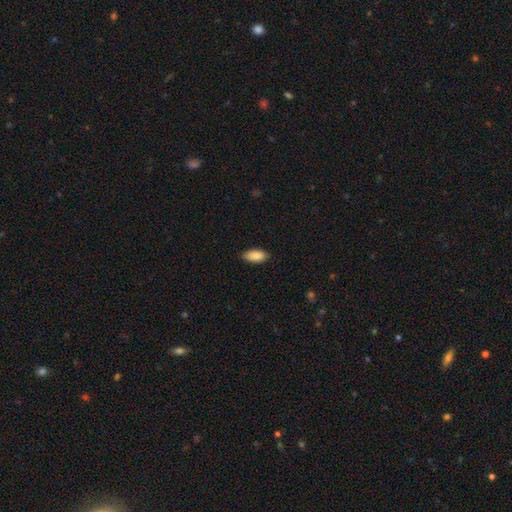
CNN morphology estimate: Smooth or featured? smooth (89%)
How rounded? in between (91%)
Merging? none (86%)